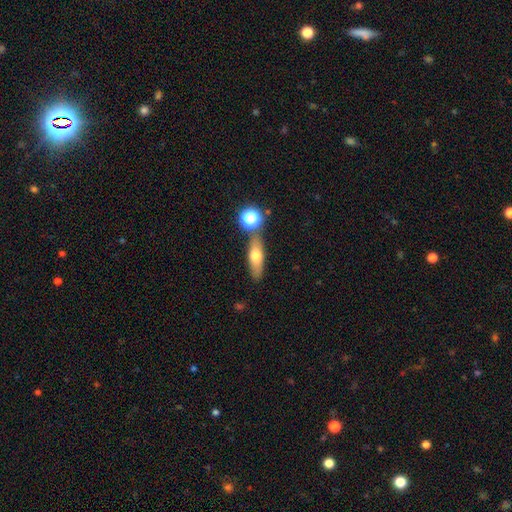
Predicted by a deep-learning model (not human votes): Overall: smooth (59%; featured or disk 31%). How rounded: in between (47%; cigar-shaped 46%). Merging: none (73%).